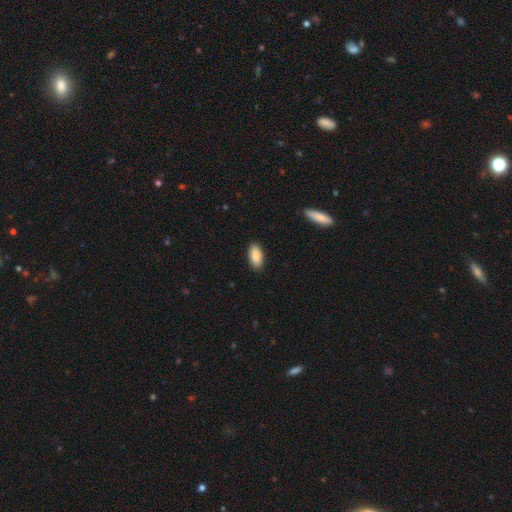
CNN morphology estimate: This is clearly a smooth galaxy (88%). How rounded: clearly in between (93%). Merging: clearly none (89%).